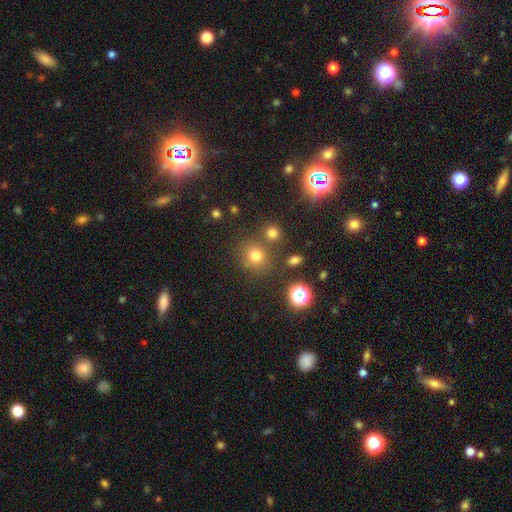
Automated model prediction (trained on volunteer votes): Morphology: type=smooth (73%); roundness=round (85%); merging=none (74%).